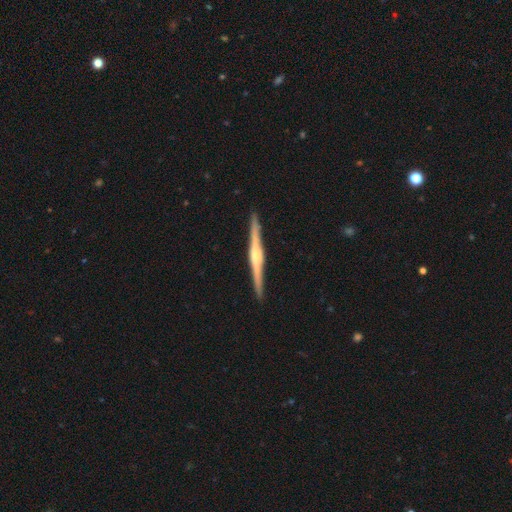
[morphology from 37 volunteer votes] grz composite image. It shows a featured or disk galaxy (92%) viewed edge-on (97%) with a rounded central bulge (76%). Merging: none (95%).